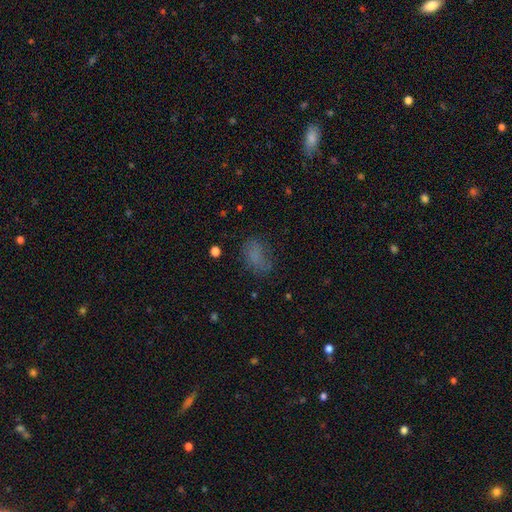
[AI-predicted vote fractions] A smooth galaxy with no disk features (70%) that is in between round and cigar-shaped (84%).

Vote fractions:
- Smooth or featured? smooth: 70% / star or artifact: 16% / featured or disk: 14%
- How rounded? in between: 84% / round: 13% / cigar-shaped: 3%
- Merging? none: 58% / minor disturbance: 24% / major disturbance: 16% / merger: 2%